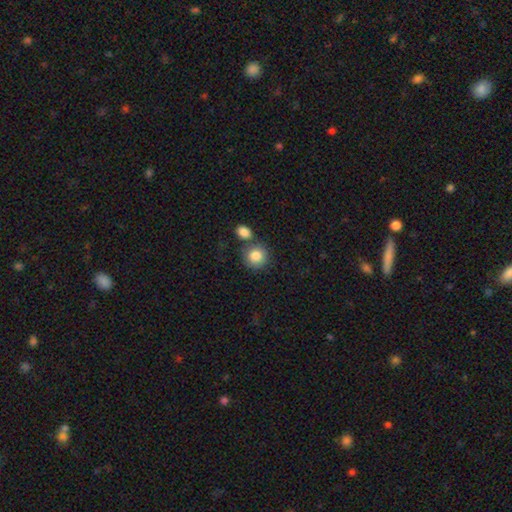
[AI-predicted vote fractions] smooth 85%, star or artifact 8%, featured or disk 7%. Down the decision tree: how rounded — round (87%); merging — none (66%).